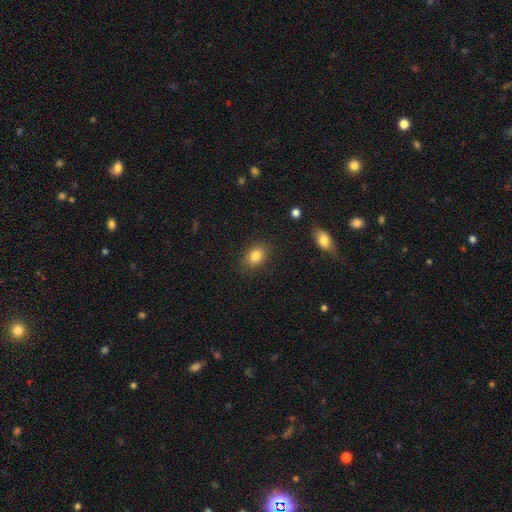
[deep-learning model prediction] This appears to be a smooth galaxy with no disk features (84%) that is in between round and cigar-shaped (63%). Merging: none (86%).